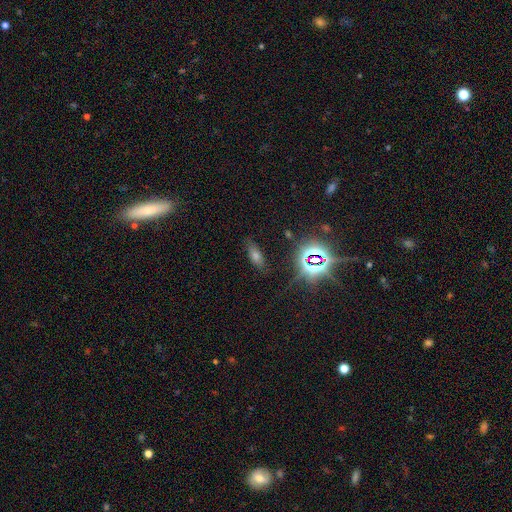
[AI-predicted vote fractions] smooth 42%, star or artifact 40%, featured or disk 17%. Down the decision tree: merging — none (80%).